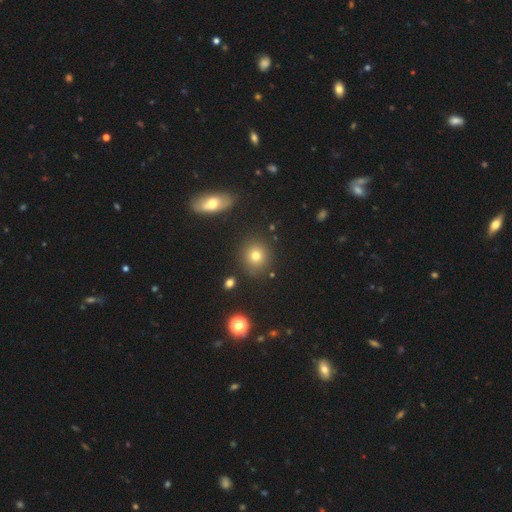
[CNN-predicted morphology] This is likely a smooth galaxy (74%). How rounded: clearly round (87%). Merging: clearly none (86%).